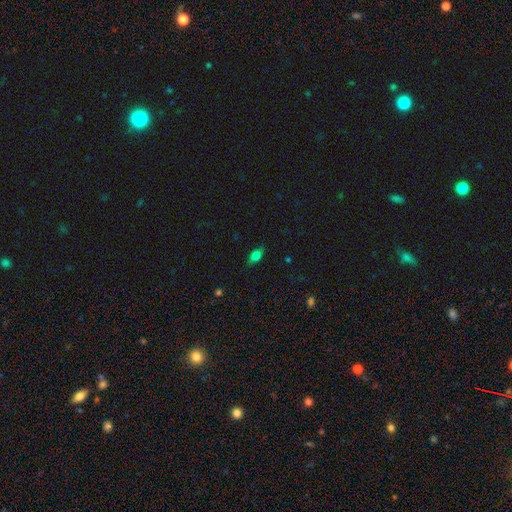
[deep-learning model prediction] Morphology: type=smooth (76%); roundness=in between (83%); merging=none (81%).